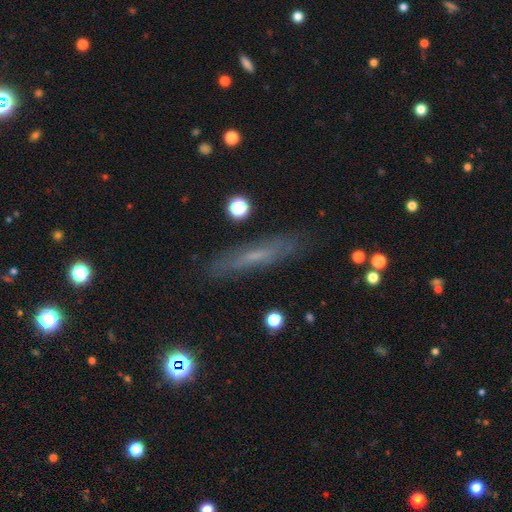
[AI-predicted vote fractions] A featured or disk galaxy (45%).

Vote fractions:
- Smooth or featured? featured or disk: 45% / smooth: 43% / star or artifact: 11%
- Merging? none: 85% / minor disturbance: 11% / major disturbance: 3% / merger: 2%